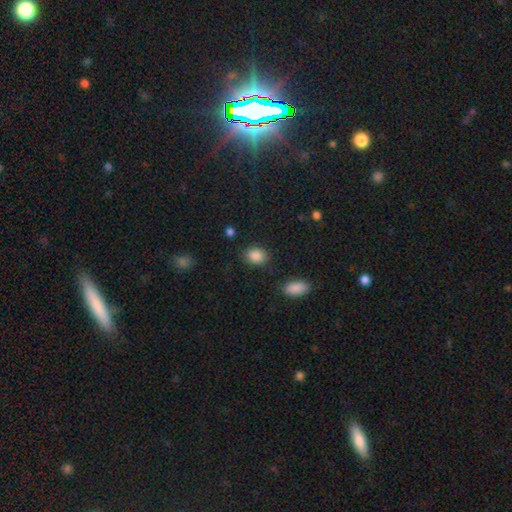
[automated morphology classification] smooth-or-featured: smooth: 87% | star or artifact: 9% | featured or disk: 4%
  how-rounded: in between: 65% | round: 34% | cigar-shaped: 1%
  merging: none: 82% | minor disturbance: 12% | major disturbance: 3% | merger: 3%